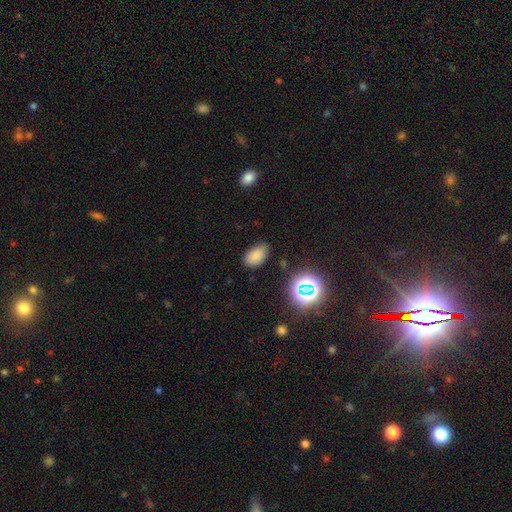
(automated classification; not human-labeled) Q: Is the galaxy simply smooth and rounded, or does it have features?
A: smooth — 77%.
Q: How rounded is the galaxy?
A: in between — 91%.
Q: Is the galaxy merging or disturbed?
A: none — 80%.